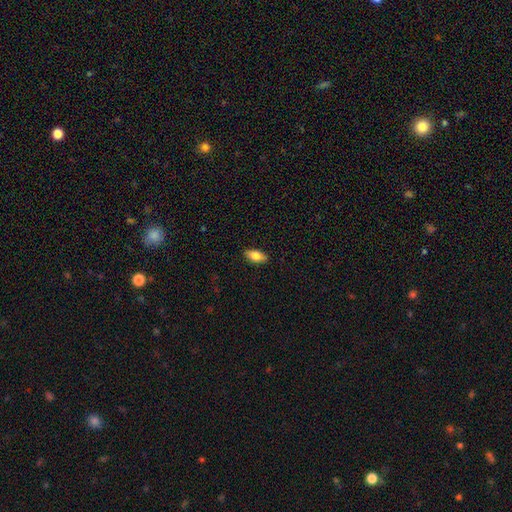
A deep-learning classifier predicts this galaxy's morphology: Smooth or featured: smooth — 78% (featured or disk — 15%)
How rounded: in between — 87% (cigar-shaped — 10%)
Merging: none — 89% (minor disturbance — 9%)